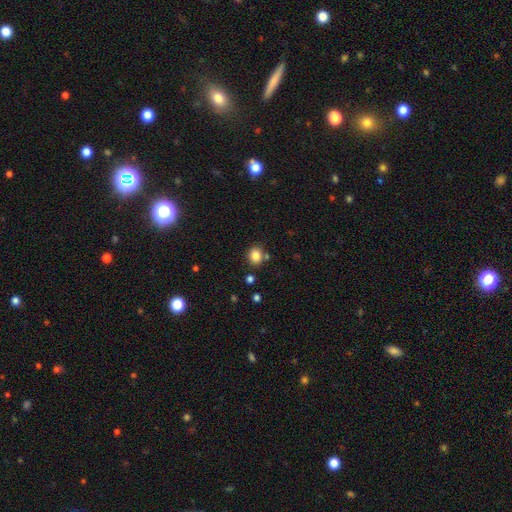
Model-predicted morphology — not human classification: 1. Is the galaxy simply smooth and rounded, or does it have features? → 83% smooth, 11% star or artifact, 6% featured or disk.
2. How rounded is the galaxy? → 68% round, 31% in between, 1% cigar-shaped.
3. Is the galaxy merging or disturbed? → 78% none, 11% minor disturbance, 8% merger, 3% major disturbance.